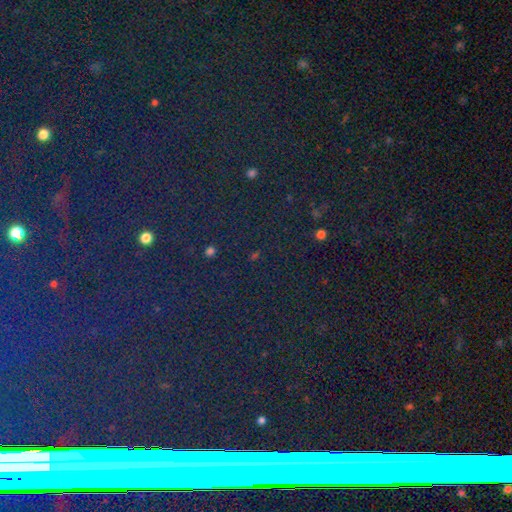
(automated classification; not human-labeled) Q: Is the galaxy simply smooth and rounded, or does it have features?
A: star or artifact — 80%.